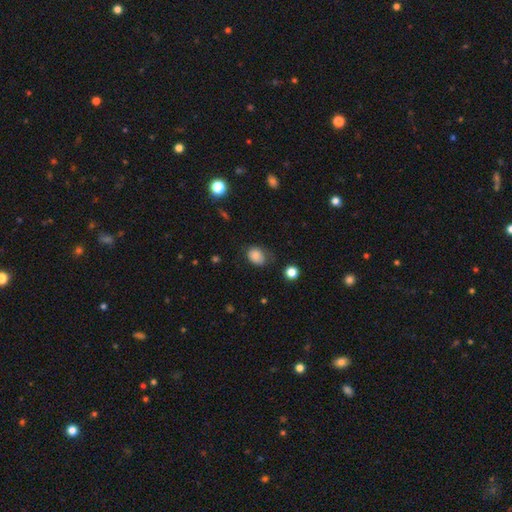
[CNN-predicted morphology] smooth 81%, star or artifact 10%, featured or disk 9%. Down the decision tree: how rounded — in between (65%); merging — none (59%).